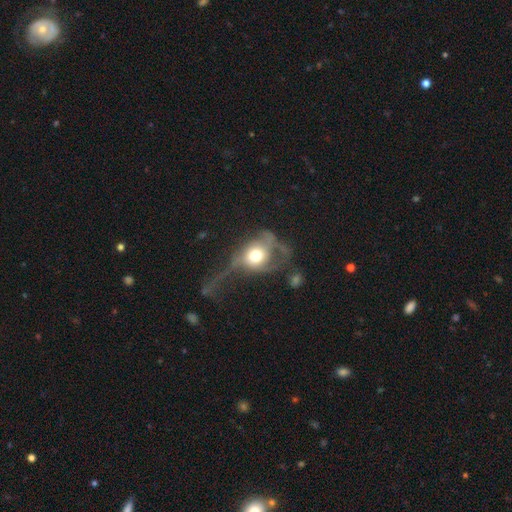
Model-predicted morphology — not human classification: Smooth or featured? smooth (49%)
Merging? major disturbance (61%)